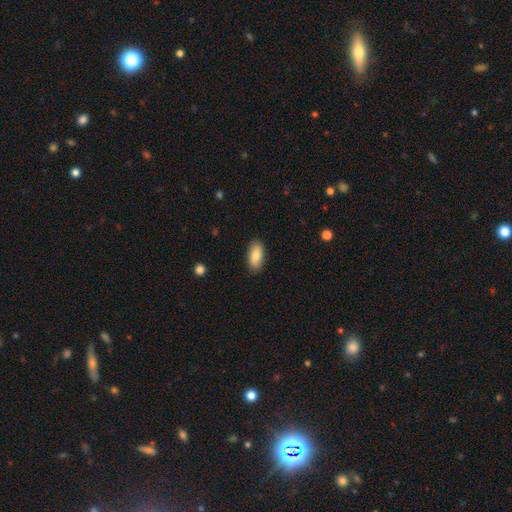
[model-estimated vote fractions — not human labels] Morphology: type=smooth (84%); roundness=in between (89%); merging=none (87%).